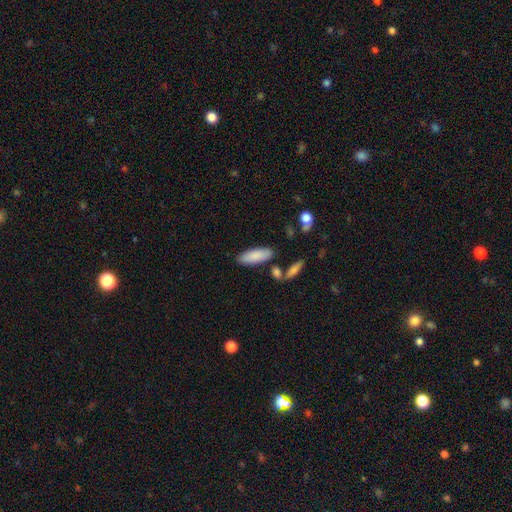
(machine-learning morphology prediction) A smooth galaxy with no disk features (86%) that is in between round and cigar-shaped (67%).

Vote fractions:
- Smooth or featured? smooth: 86% / featured or disk: 8% / star or artifact: 6%
- How rounded? in between: 67% / cigar-shaped: 32% / round: 2%
- Merging? none: 79% / minor disturbance: 11% / merger: 7% / major disturbance: 3%